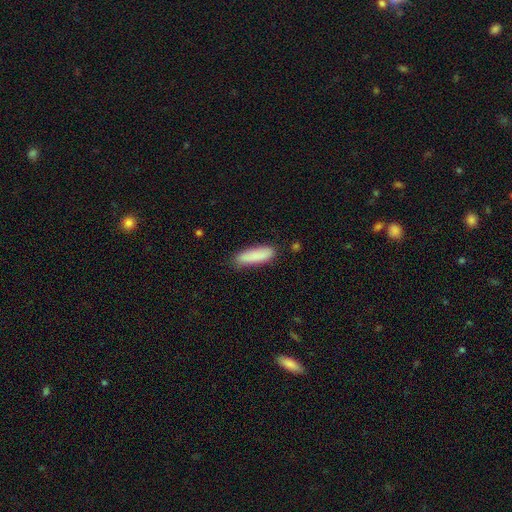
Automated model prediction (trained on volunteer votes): Q: Smooth or featured?
A: smooth (87%); runner-up: featured or disk (7%)
Q: How rounded?
A: cigar-shaped (60%); runner-up: in between (38%)
Q: Merging?
A: none (79%); runner-up: minor disturbance (16%)